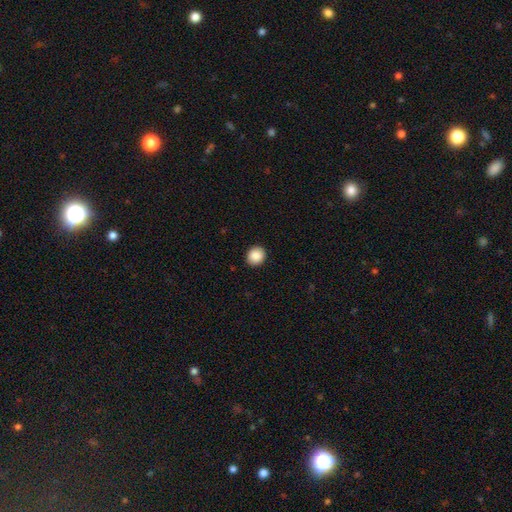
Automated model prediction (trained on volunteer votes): smooth 89%, star or artifact 8%, featured or disk 3%. Down the decision tree: how rounded — round (79%); merging — none (92%).